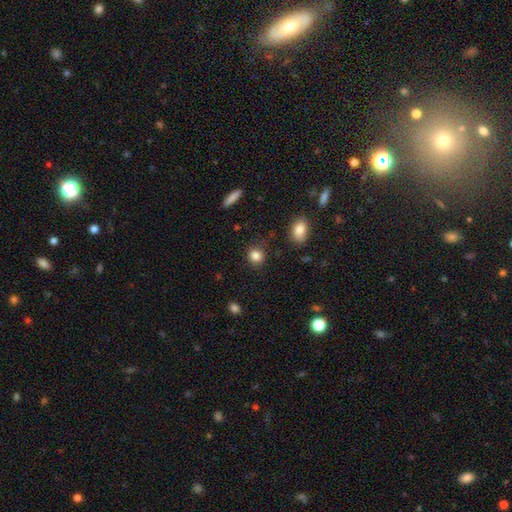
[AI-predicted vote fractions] smooth_or_featured: smooth (p=0.85) [alt: star or artifact p=0.10]
how_rounded: round (p=0.82) [alt: in between p=0.17]
merging: none (p=0.85) [alt: minor disturbance p=0.10]